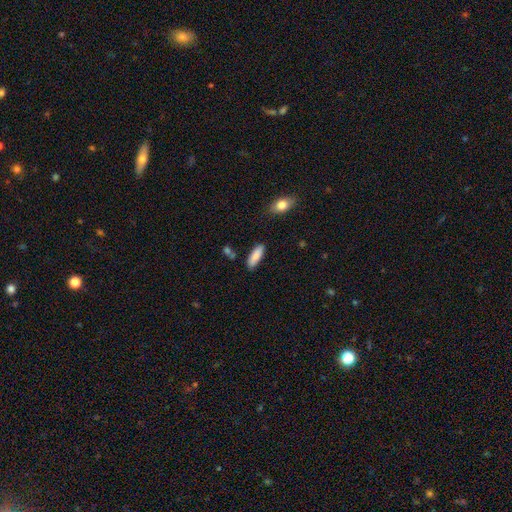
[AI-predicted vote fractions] Smooth or featured: smooth — 87% (featured or disk — 7%)
How rounded: in between — 57% (cigar-shaped — 41%)
Merging: none — 82% (minor disturbance — 12%)